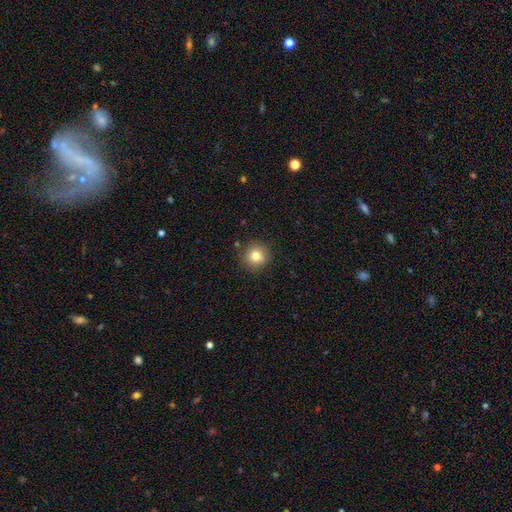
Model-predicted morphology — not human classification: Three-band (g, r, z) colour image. It shows a smooth galaxy with no disk features (81%) that is round (93%). Merging: none (90%).